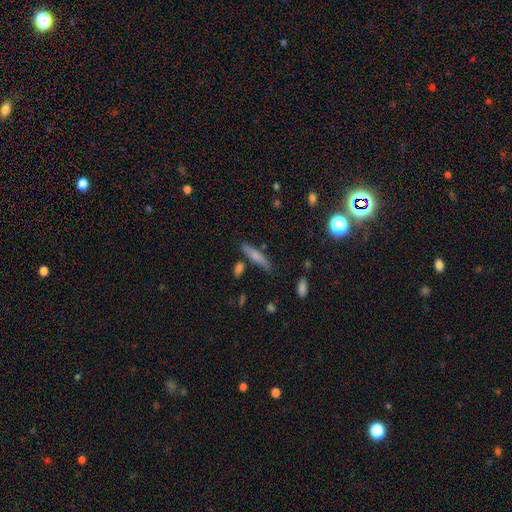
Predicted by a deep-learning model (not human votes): smooth-or-featured: smooth: 69% | featured or disk: 23% | star or artifact: 8%
  how-rounded: cigar-shaped: 84% | in between: 14% | round: 2%
  merging: none: 74% | minor disturbance: 15% | merger: 7% | major disturbance: 4%